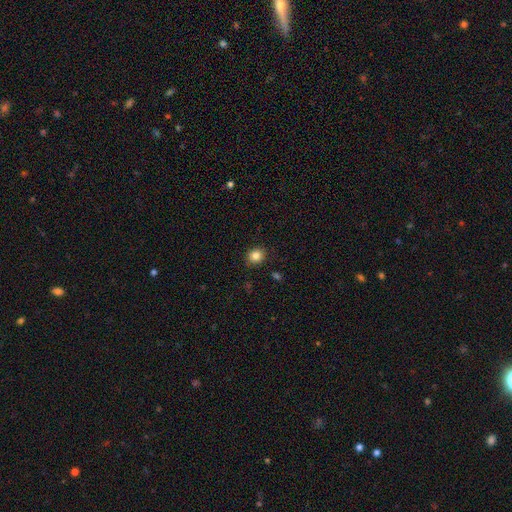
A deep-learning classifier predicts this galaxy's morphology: Smooth or featured? Predicted: smooth (p=0.84). How rounded? Predicted: round (p=0.74). Merging? Predicted: none (p=0.89).